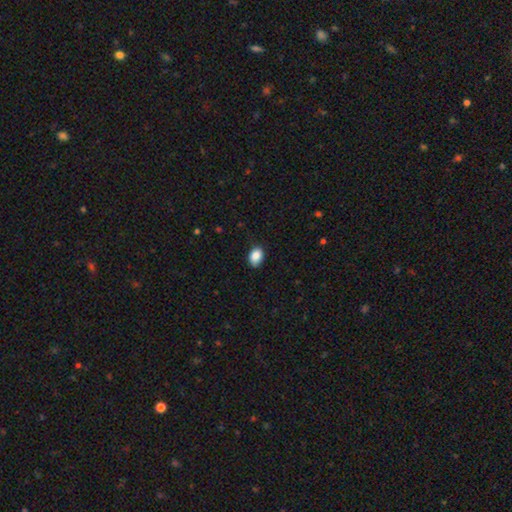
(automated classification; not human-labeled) A smooth galaxy with no disk features (88%) that is in between round and cigar-shaped (81%).

Vote fractions:
- Smooth or featured? smooth: 88% / star or artifact: 8% / featured or disk: 4%
- How rounded? in between: 81% / round: 18% / cigar-shaped: 1%
- Merging? none: 78% / minor disturbance: 18% / major disturbance: 3% / merger: 1%